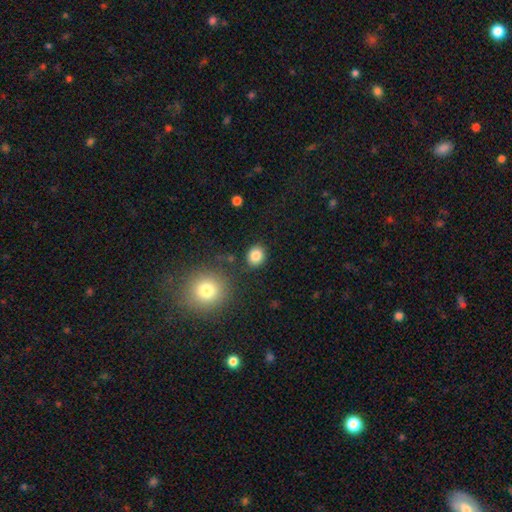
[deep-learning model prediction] smooth_or_featured: smooth (p=0.84) [alt: star or artifact p=0.10]
how_rounded: round (p=0.71) [alt: in between p=0.28]
merging: none (p=0.85) [alt: minor disturbance p=0.08]